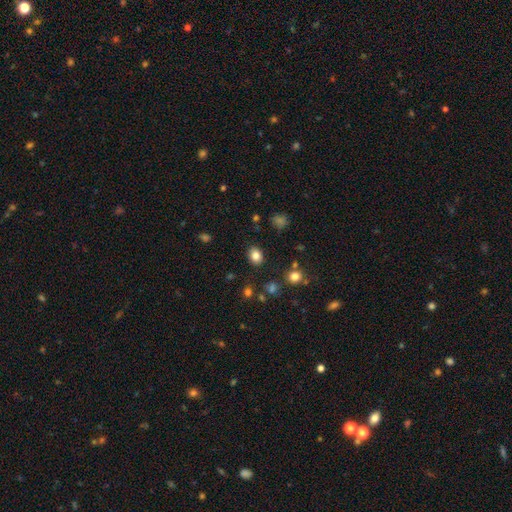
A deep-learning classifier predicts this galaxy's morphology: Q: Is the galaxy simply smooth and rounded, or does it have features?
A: smooth — 83%.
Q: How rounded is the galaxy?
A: in between — 53%.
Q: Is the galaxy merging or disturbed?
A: none — 86%.